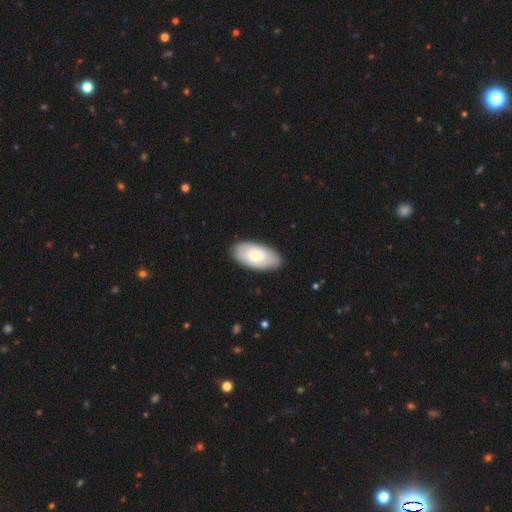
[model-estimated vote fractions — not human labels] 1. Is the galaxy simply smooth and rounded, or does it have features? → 62% smooth, 33% featured or disk, 5% star or artifact.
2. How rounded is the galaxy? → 94% in between, 3% round, 3% cigar-shaped.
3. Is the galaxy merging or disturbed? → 86% none, 11% minor disturbance, 2% major disturbance, 1% merger.